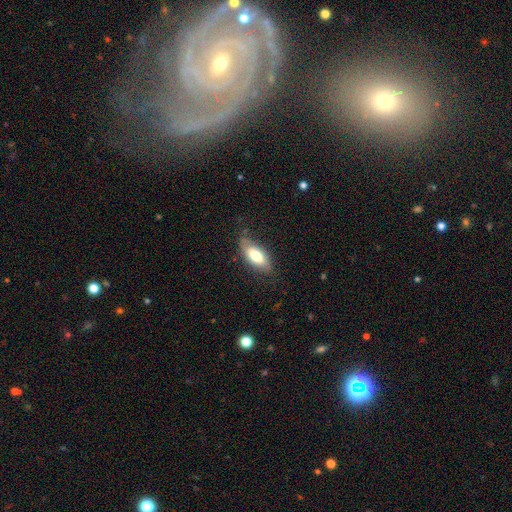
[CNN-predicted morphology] Overall: smooth (70%). How rounded: in between (87%). Merging: none (71%).